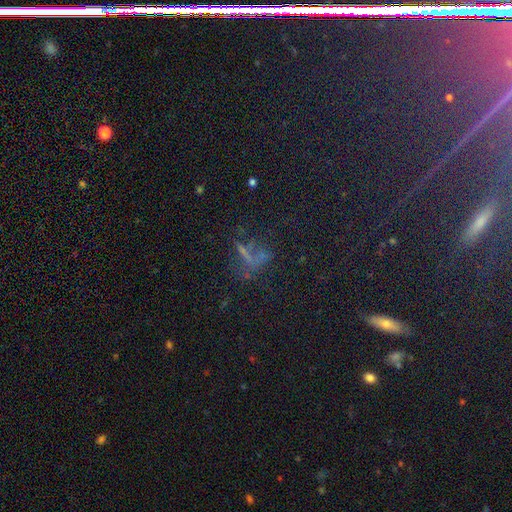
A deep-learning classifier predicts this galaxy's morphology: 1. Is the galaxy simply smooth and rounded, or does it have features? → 60% star or artifact, 20% smooth, 20% featured or disk.